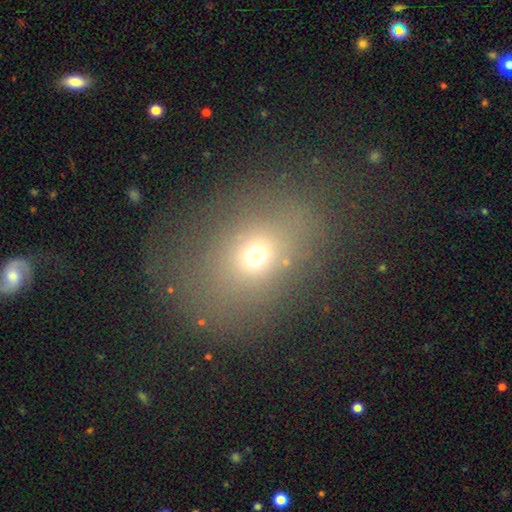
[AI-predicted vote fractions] smooth_or_featured: smooth (p=0.65) [alt: star or artifact p=0.20]
how_rounded: in between (p=0.57) [alt: round p=0.41]
merging: none (p=0.69) [alt: minor disturbance p=0.16]